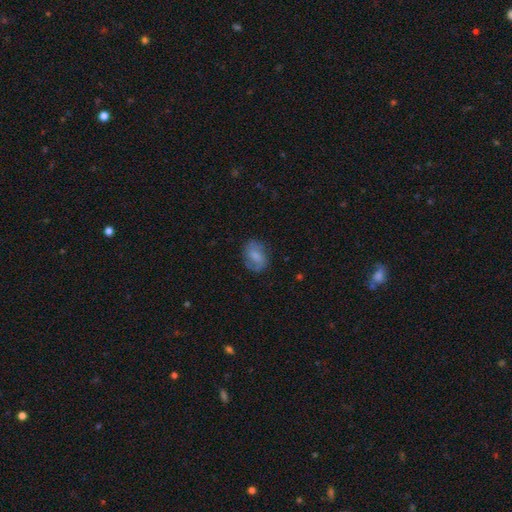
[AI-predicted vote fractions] Smooth or featured? Predicted: smooth (p=0.55). How rounded? Predicted: in between (p=0.67). Merging? Predicted: none (p=0.72).